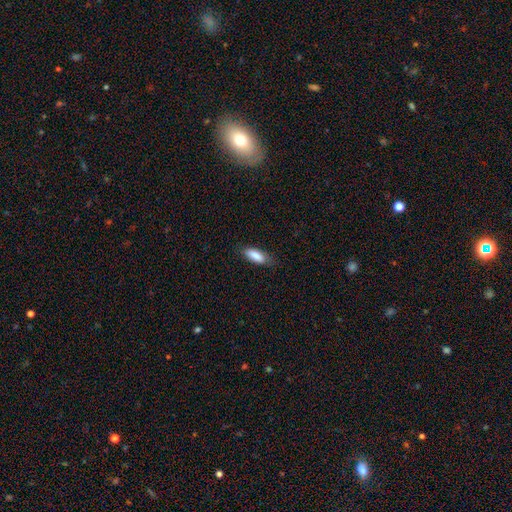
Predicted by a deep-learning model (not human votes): Overall: smooth (86%). How rounded: in between (68%; cigar-shaped 30%). Merging: none (76%).